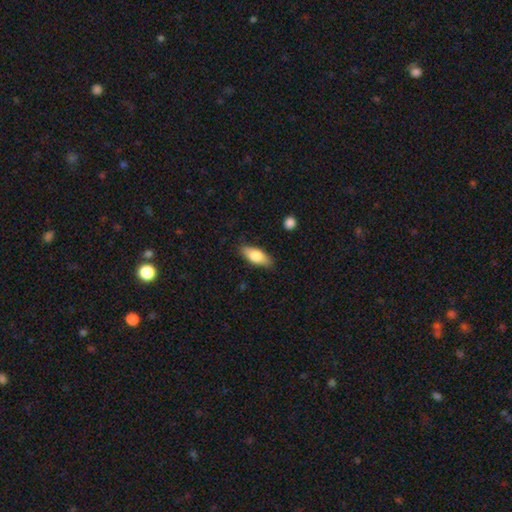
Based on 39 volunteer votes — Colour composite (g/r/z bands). It shows a smooth galaxy with no disk features (72%) that is in between round and cigar-shaped (79%). Merging: none (84%).